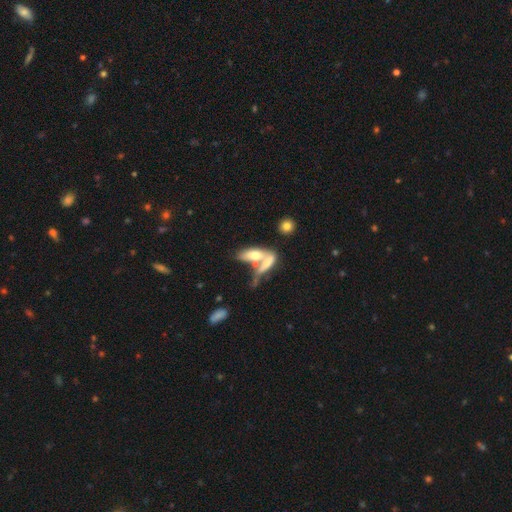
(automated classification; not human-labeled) Q: Smooth or featured?
A: smooth (60%); runner-up: featured or disk (32%)
Q: How rounded?
A: in between (69%); runner-up: cigar-shaped (27%)
Q: Merging?
A: merger (62%); runner-up: none (21%)